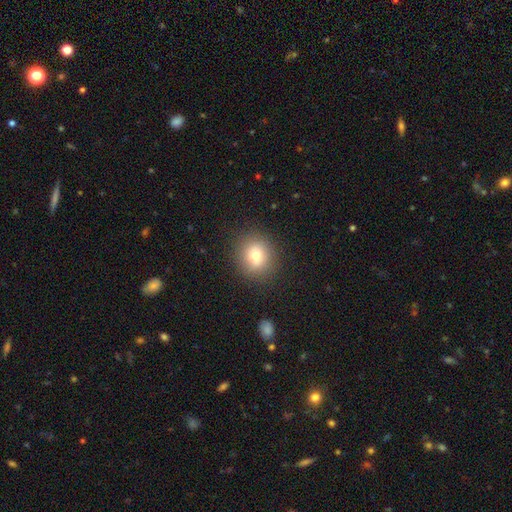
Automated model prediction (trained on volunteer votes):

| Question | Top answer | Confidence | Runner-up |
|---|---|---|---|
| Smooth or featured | smooth | 75% | featured or disk (13%) |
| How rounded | round | 81% | in between (18%) |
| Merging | none | 88% | minor disturbance (8%) |